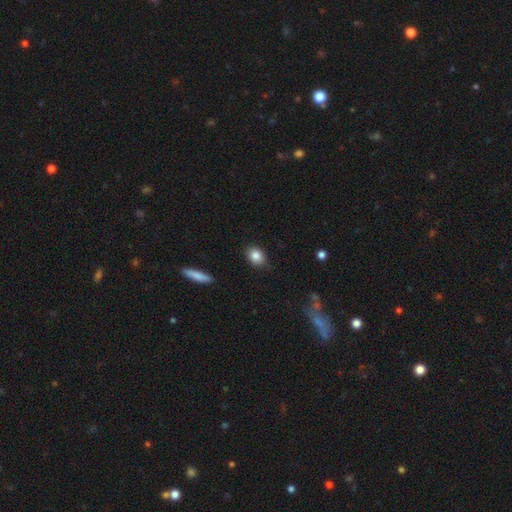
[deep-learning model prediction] Overall: smooth (84%). How rounded: in between (60%; round 38%). Merging: none (82%).